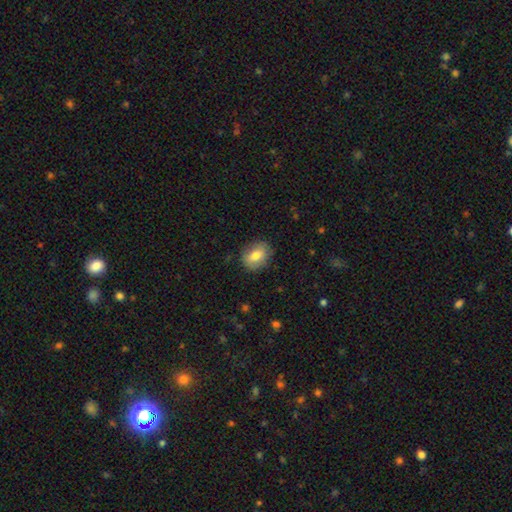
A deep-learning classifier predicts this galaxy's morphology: smooth 75%, featured or disk 17%, star or artifact 8%. Down the decision tree: how rounded — in between (60%); merging — none (82%).